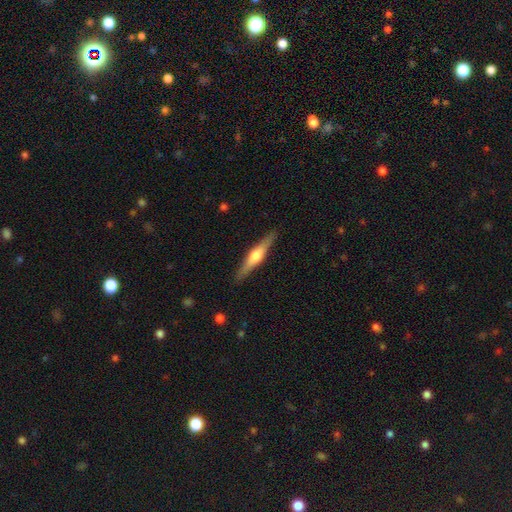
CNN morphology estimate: Smooth or featured: featured or disk — 66% (smooth — 29%)
Edge-on disk: yes — 97% (no — 3%)
Edge-on bulge: rounded — 89% (boxy — 7%)
Merging: none — 90% (minor disturbance — 8%)